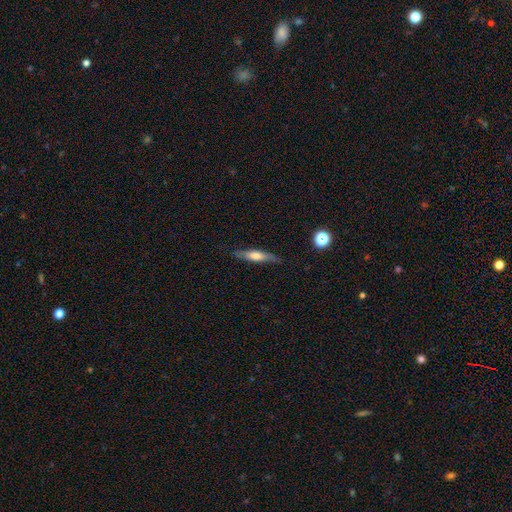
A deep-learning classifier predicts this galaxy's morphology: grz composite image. It shows a smooth galaxy with no disk features (51%) that is cigar-shaped (78%). Merging: none (80%).